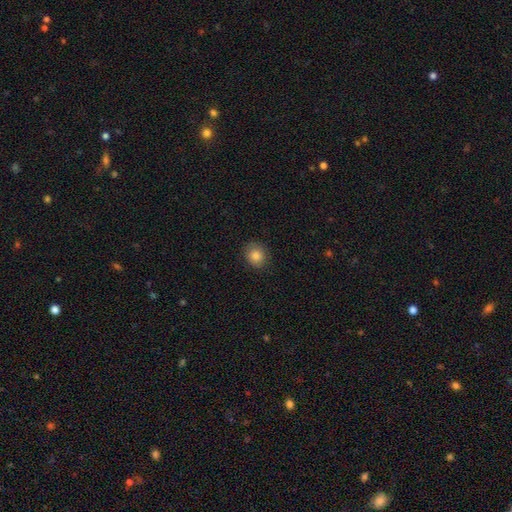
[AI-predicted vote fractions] Smooth or featured? smooth (83%)
How rounded? round (74%)
Merging? none (86%)